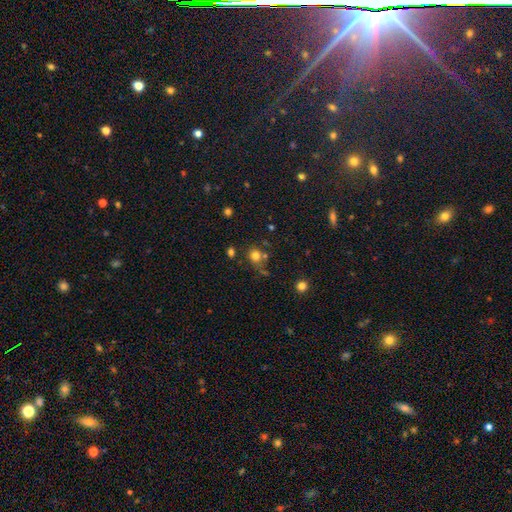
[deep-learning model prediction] Smooth or featured? smooth (76%)
How rounded? round (77%)
Merging? none (59%)